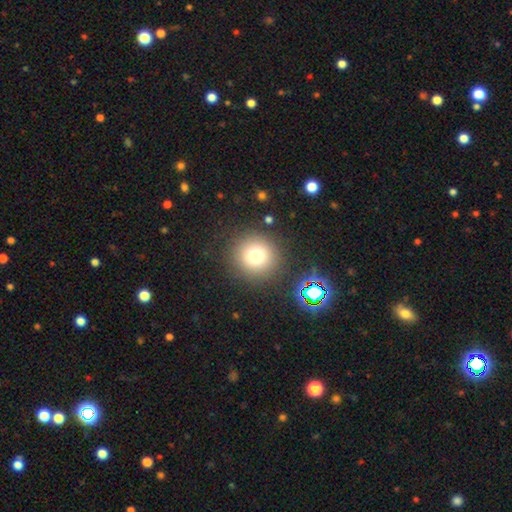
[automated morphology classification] This appears to be a smooth galaxy with no disk features (72%) that is round (95%). Merging: none (87%).